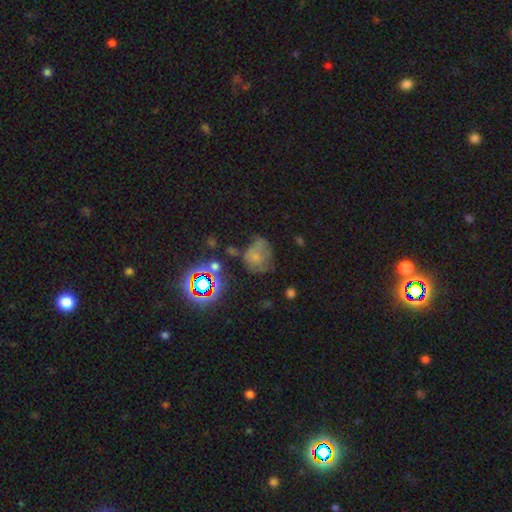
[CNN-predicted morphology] Q: Smooth or featured?
A: smooth (54%); runner-up: star or artifact (23%)
Q: How rounded?
A: round (62%); runner-up: in between (37%)
Q: Merging?
A: none (34%); runner-up: minor disturbance (29%)